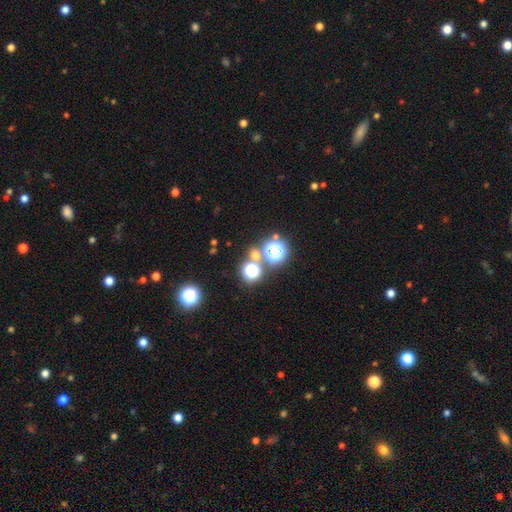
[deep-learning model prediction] smooth-or-featured: star or artifact: 46% (tied) | smooth: 46% (tied) | featured or disk: 8%